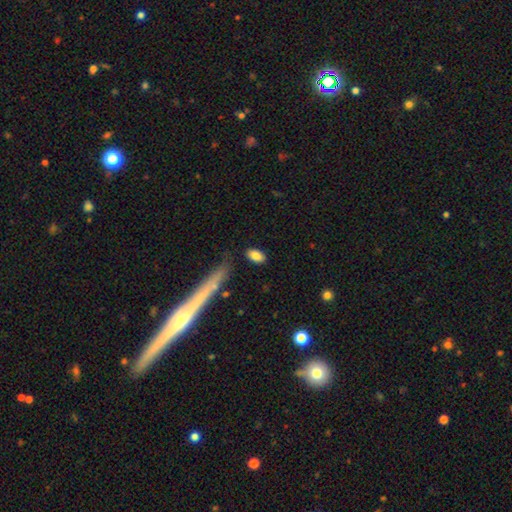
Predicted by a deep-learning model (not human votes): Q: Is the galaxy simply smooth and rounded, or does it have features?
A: smooth — 85%.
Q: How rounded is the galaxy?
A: in between — 90%.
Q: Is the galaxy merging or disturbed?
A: none — 83%.